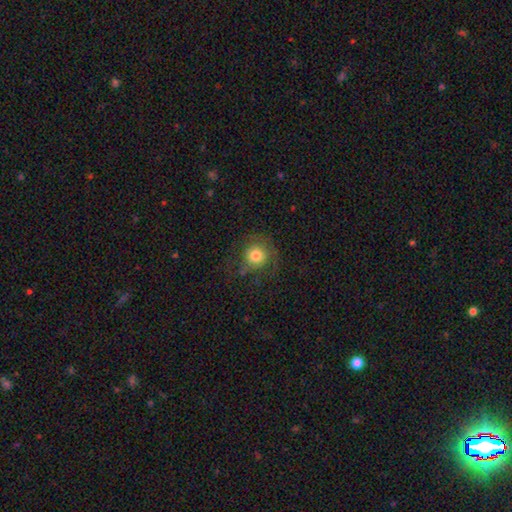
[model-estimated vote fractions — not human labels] Morphology: type=smooth (67%); roundness=round (90%); merging=none (63%).